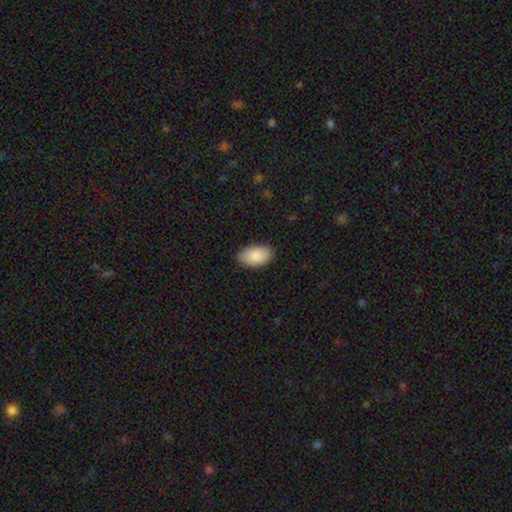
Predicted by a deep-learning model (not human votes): Q: Smooth or featured?
A: smooth (89%); runner-up: star or artifact (6%)
Q: How rounded?
A: in between (95%); runner-up: round (4%)
Q: Merging?
A: none (87%); runner-up: minor disturbance (10%)